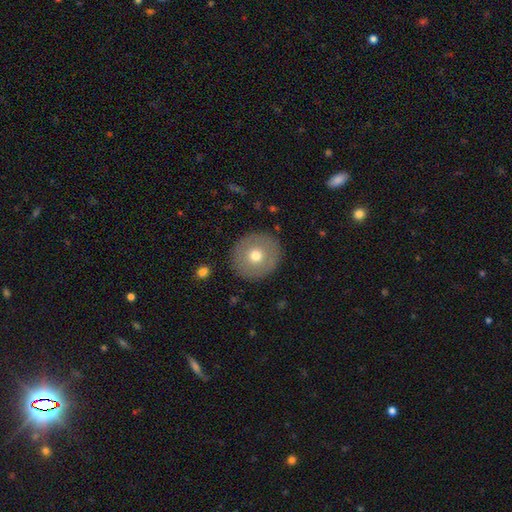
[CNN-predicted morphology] This is likely a smooth galaxy (65%). How rounded: clearly round (91%). Merging: clearly none (89%).